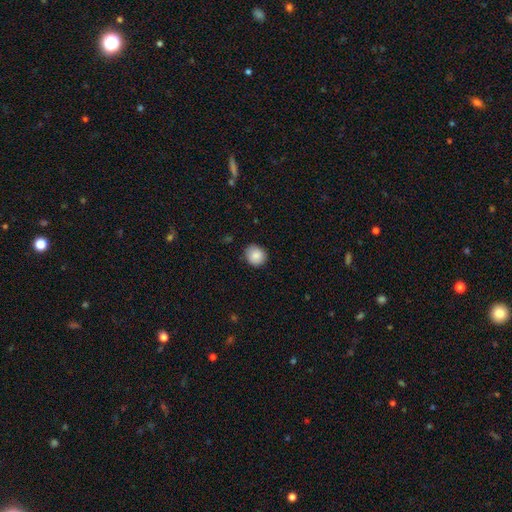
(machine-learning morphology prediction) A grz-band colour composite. It shows a smooth galaxy with no disk features (88%) that is round (84%). Merging: none (86%).